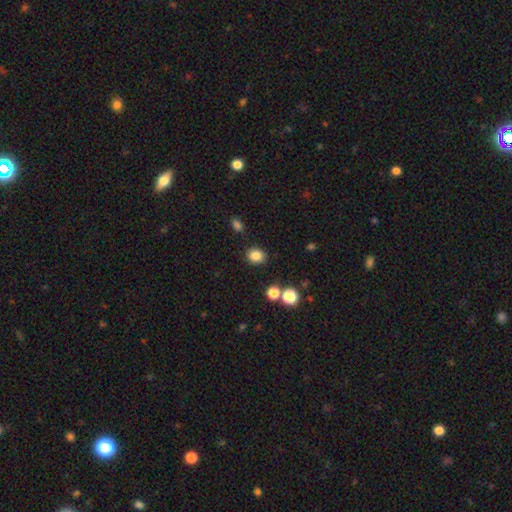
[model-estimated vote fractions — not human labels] Morphology: type=smooth (84%); roundness=round (63%); merging=none (84%).